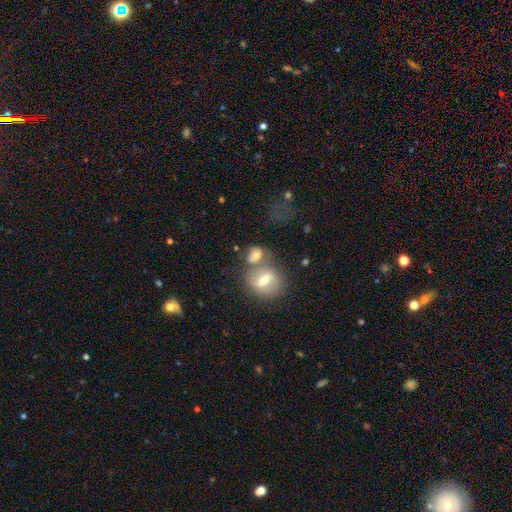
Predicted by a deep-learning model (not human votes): smooth-or-featured: smooth: 60% | featured or disk: 30% | star or artifact: 10%
  how-rounded: in between: 52% | round: 46% | cigar-shaped: 3%
  merging: merger: 50% | none: 33% | minor disturbance: 11% | major disturbance: 7%